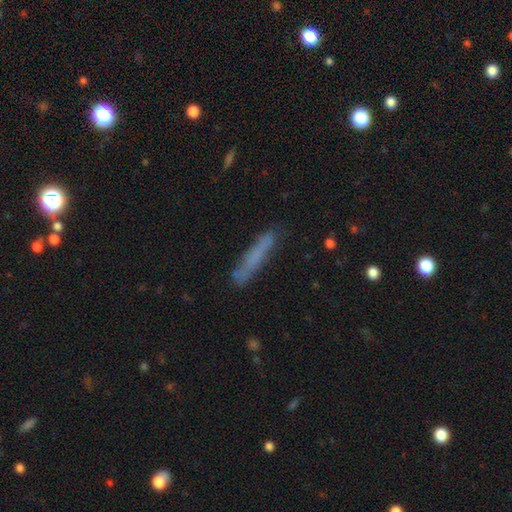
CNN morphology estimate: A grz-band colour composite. It shows a smooth galaxy with no disk features (65%) that is cigar-shaped (92%). Merging: none (80%).